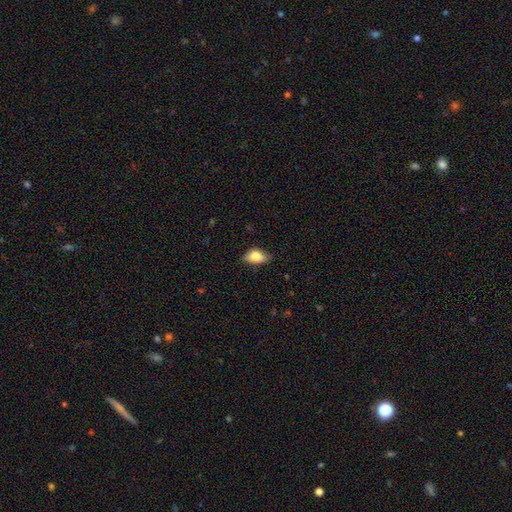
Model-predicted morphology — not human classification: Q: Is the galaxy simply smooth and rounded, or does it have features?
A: smooth — 67%.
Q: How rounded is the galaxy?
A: in between — 84%.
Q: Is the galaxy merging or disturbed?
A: none — 72%.